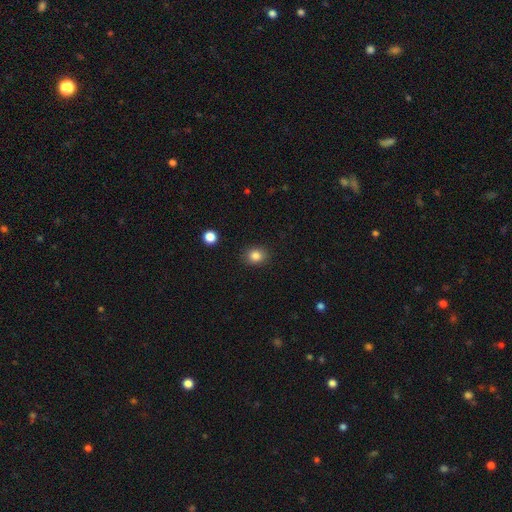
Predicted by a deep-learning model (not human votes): A smooth galaxy with no disk features (83%) that is round (68%).

Vote fractions:
- Smooth or featured? smooth: 83% / star or artifact: 11% / featured or disk: 5%
- How rounded? round: 68% / in between: 31% / cigar-shaped: 1%
- Merging? none: 89% / minor disturbance: 8% / major disturbance: 2% / merger: 1%